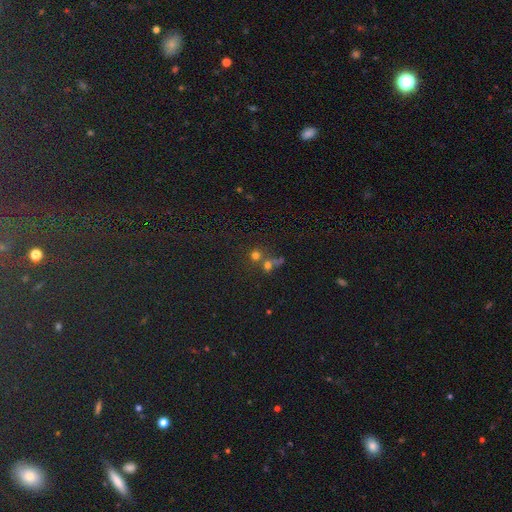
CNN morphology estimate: Overall: smooth (64%; star or artifact 25%). How rounded: round (88%). Merging: none (48%; merger 41%).